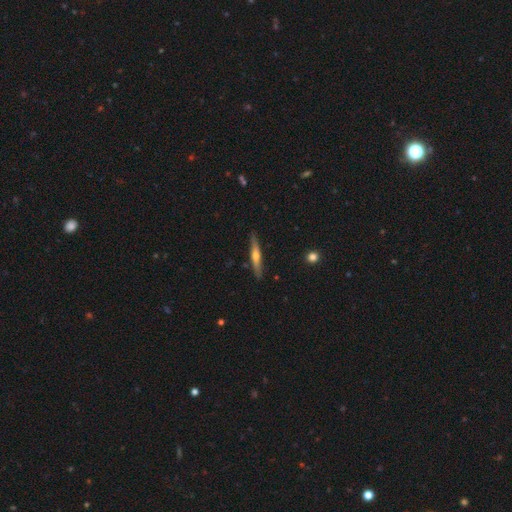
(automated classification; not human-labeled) This is possibly a featured or disk galaxy (59%). It is clearly viewed edge-on (96%). Edge-on bulge: clearly rounded (84%). Merging: clearly none (87%).